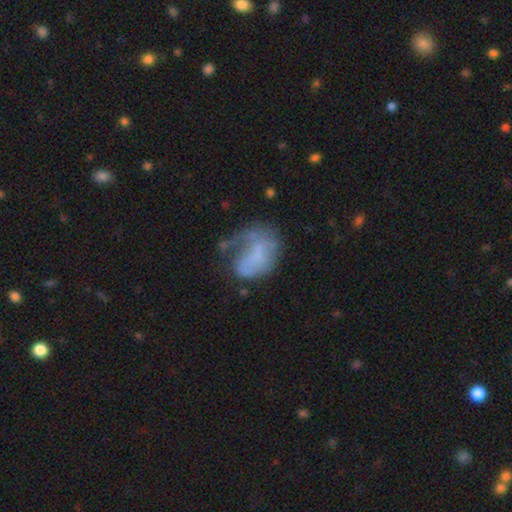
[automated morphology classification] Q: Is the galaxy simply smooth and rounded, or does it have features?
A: featured or disk — 50%.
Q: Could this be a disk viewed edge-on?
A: no — 97%.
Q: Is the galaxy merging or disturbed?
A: major disturbance — 43%.